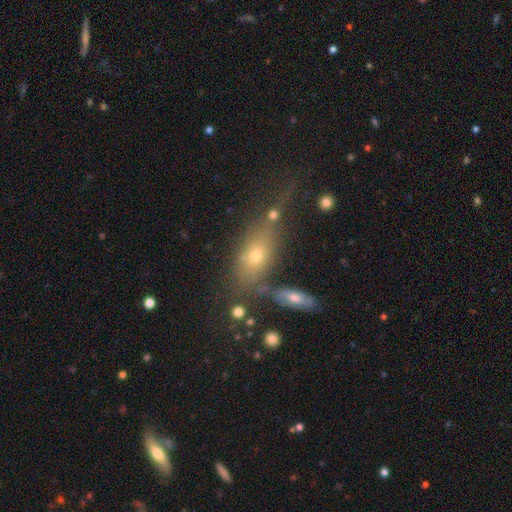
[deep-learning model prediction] This appears to be a smooth galaxy with no disk features (63%) that is in between round and cigar-shaped (76%). Merging: none (54%).